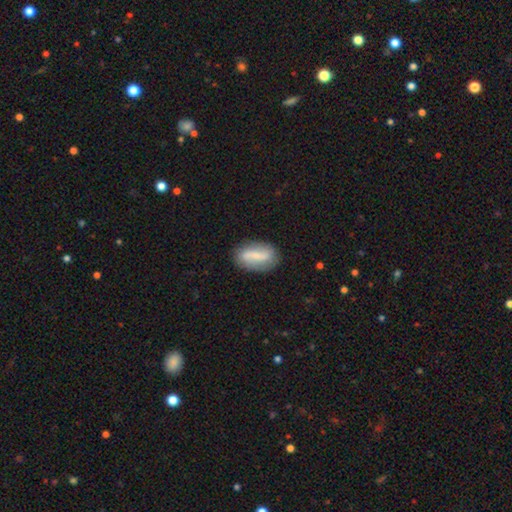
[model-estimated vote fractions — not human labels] Smooth or featured: smooth — 52% (featured or disk — 41%)
How rounded: in between — 83% (cigar-shaped — 11%)
Merging: none — 77% (minor disturbance — 16%)